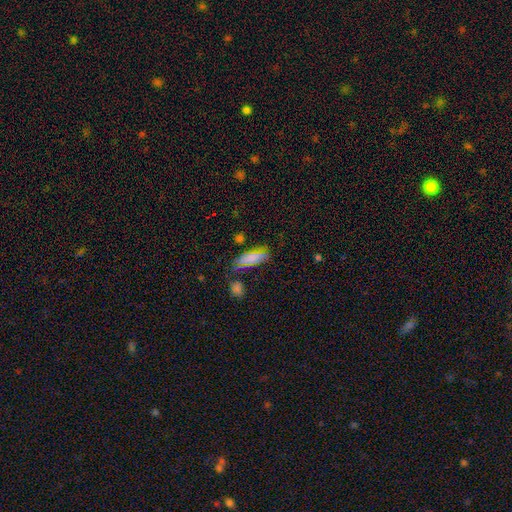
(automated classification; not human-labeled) Smooth or featured: smooth — 73% (featured or disk — 15%)
How rounded: in between — 61% (cigar-shaped — 36%)
Merging: none — 61% (minor disturbance — 22%)